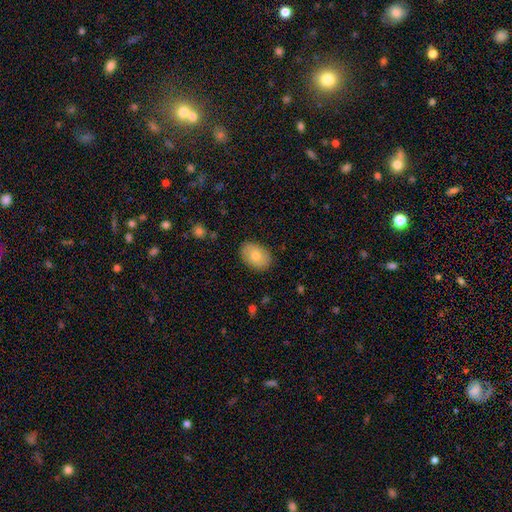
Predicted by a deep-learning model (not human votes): smooth_or_featured: smooth (p=0.73) [alt: featured or disk p=0.19]
how_rounded: in between (p=0.83) [alt: round p=0.16]
merging: none (p=0.86) [alt: minor disturbance p=0.11]